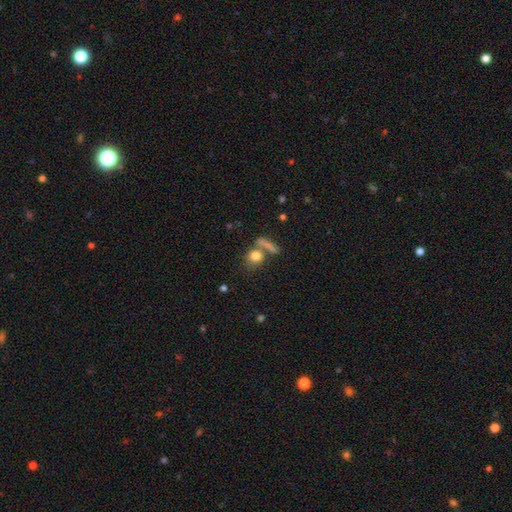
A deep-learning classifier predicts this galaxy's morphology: This appears to be a smooth galaxy with no disk features (79%) that is round (67%). Merging: none (53%).